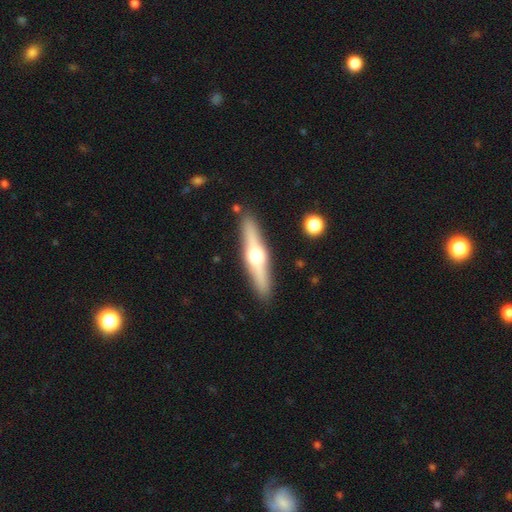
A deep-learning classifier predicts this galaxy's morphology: This appears to be a featured or disk galaxy (63%) viewed edge-on (95%) with a rounded central bulge (95%). Merging: none (89%).